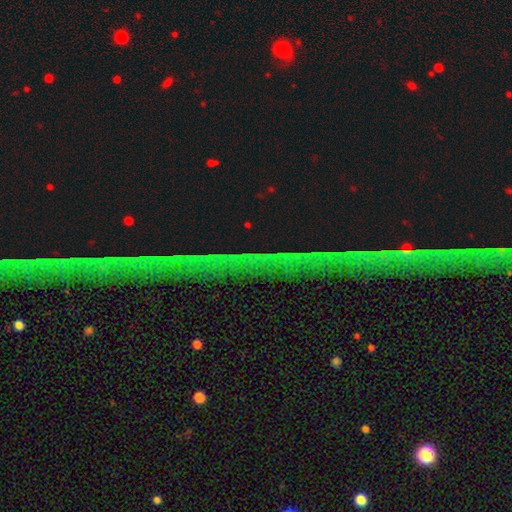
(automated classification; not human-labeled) This appears to be a star or artifact, not a galaxy (77%).